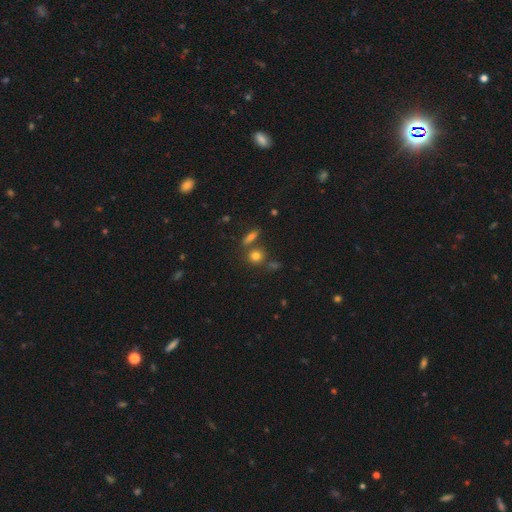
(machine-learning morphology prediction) Smooth or featured? Predicted: smooth (p=0.77). How rounded? Predicted: round (p=0.76). Merging? Predicted: none (p=0.67).